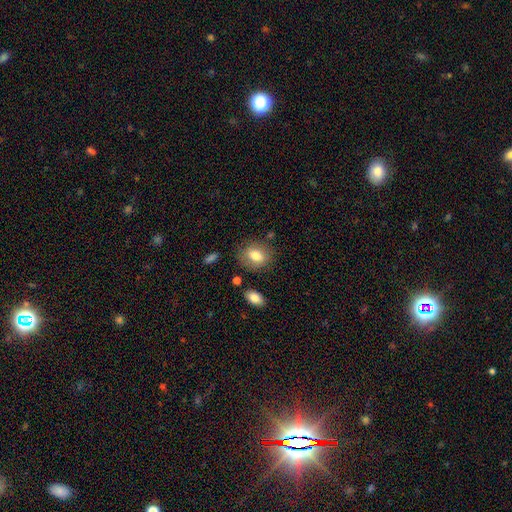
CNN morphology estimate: smooth 77%, featured or disk 14%, star or artifact 9%. Down the decision tree: how rounded — in between (59%); merging — none (78%).